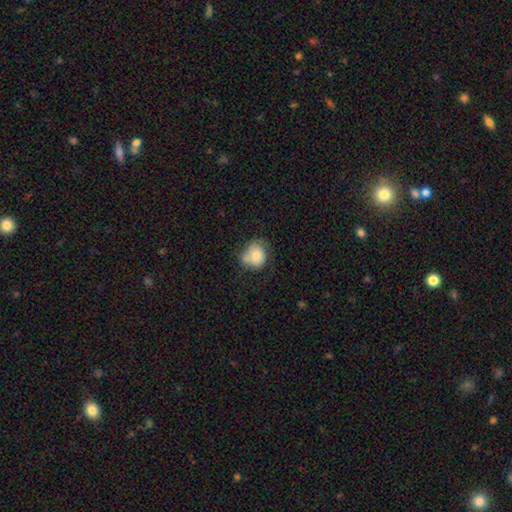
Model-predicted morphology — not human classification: Smooth or featured: smooth — 75% (featured or disk — 17%)
How rounded: round — 61% (in between — 38%)
Merging: none — 43% (minor disturbance — 29%)